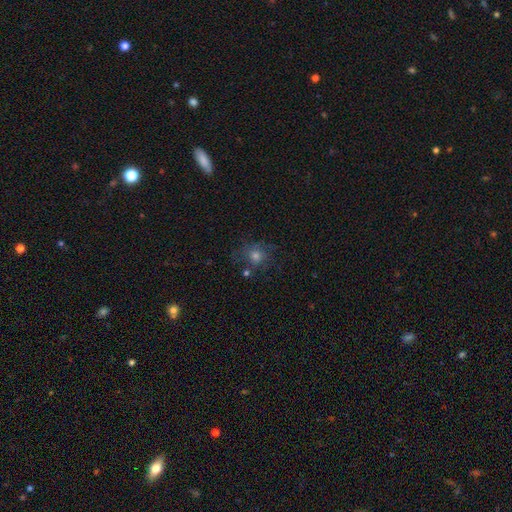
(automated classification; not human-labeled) A smooth galaxy with no disk features (50%). Merging: none (65%).